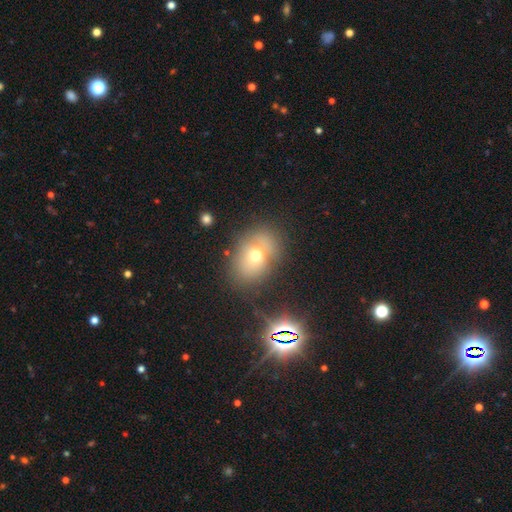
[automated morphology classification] smooth-or-featured: smooth: 59% | featured or disk: 21% | star or artifact: 19%
  how-rounded: in between: 68% | round: 30% | cigar-shaped: 1%
  merging: none: 70% | minor disturbance: 18% | major disturbance: 7% | merger: 5%